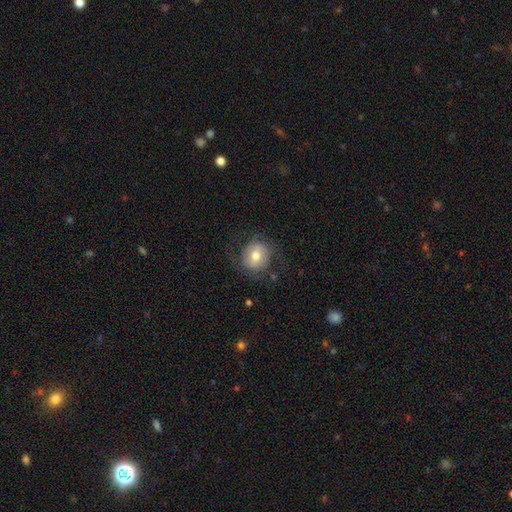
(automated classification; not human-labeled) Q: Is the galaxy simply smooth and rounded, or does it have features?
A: smooth — 64%.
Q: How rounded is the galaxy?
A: round — 87%.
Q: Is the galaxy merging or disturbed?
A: none — 74%.